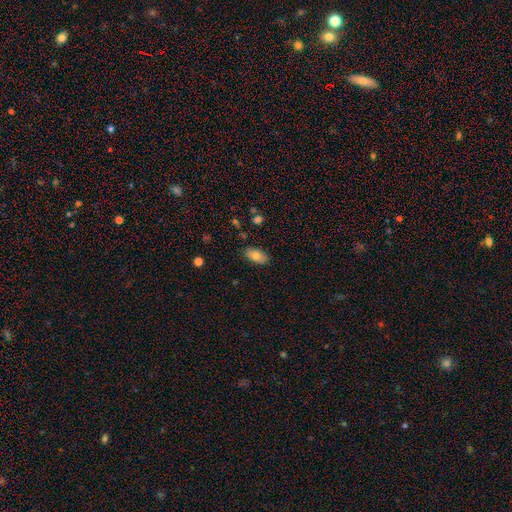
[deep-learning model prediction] Smooth or featured: smooth — 80% (featured or disk — 13%)
How rounded: in between — 91% (cigar-shaped — 5%)
Merging: none — 86% (minor disturbance — 11%)